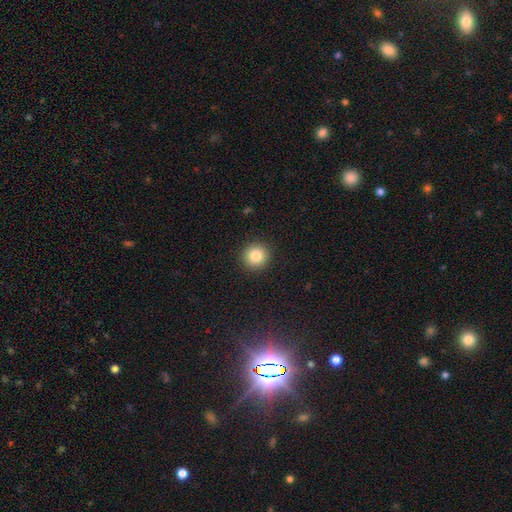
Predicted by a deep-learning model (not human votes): This is clearly a smooth galaxy (83%). How rounded: clearly round (94%). Merging: clearly none (91%).